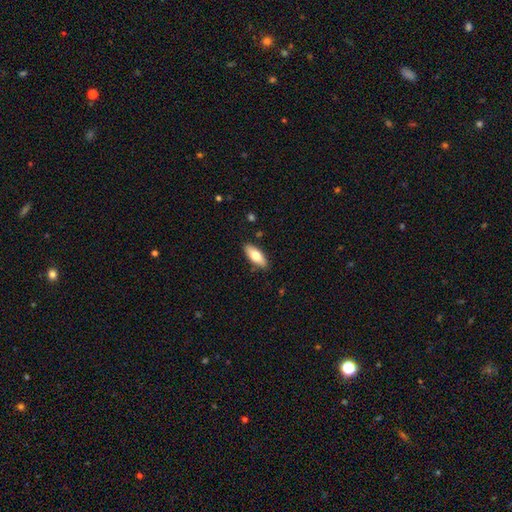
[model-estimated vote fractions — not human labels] smooth-or-featured: smooth: 72% | featured or disk: 22% | star or artifact: 6%
  how-rounded: in between: 78% | cigar-shaped: 20% | round: 2%
  merging: none: 88% | minor disturbance: 9% | major disturbance: 2% | merger: 1%